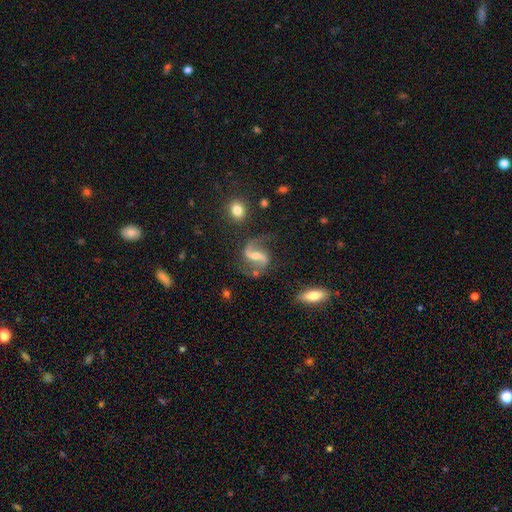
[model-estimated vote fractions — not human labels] smooth-or-featured: featured or disk: 88% | smooth: 6% | star or artifact: 6%
  disk-edge-on: no: 97% | yes: 3%
    bar: strong: 42% | weak: 39% | no: 20%
    has-spiral-arms: yes: 97% | no: 3%
      spiral-winding: loose: 60% | medium: 34% | tight: 6%
      spiral-arm-count: 2: 93% | 1: 2% | can't tell: 2% | 3: 1% | 4: 1% | more than 4: 1%
    bulge-size: small: 45% | moderate: 41% | none: 9% | large: 4% | dominant: 1%
  merging: none: 71% | minor disturbance: 15% | major disturbance: 10% | merger: 4%